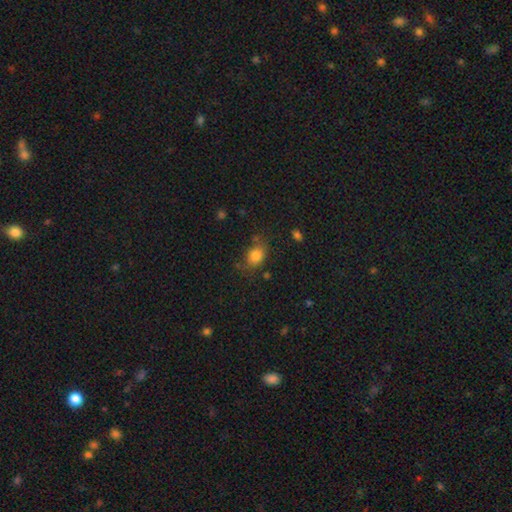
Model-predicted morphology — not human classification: A smooth galaxy with no disk features (82%) that is in between round and cigar-shaped (60%).

Vote fractions:
- Smooth or featured? smooth: 82% / star or artifact: 11% / featured or disk: 7%
- How rounded? in between: 60% / round: 39% / cigar-shaped: 1%
- Merging? none: 69% / minor disturbance: 20% / major disturbance: 6% / merger: 5%